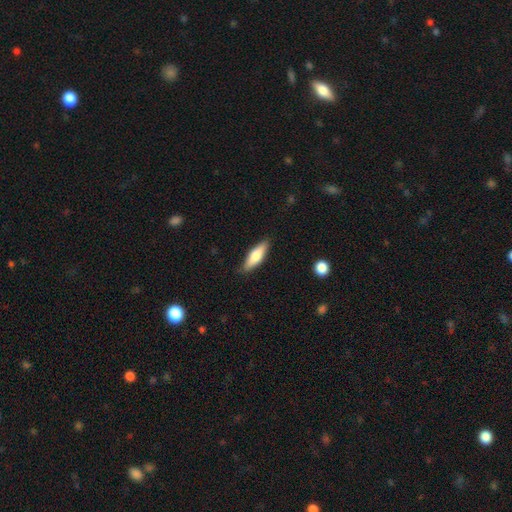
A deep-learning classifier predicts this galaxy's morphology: A smooth galaxy with no disk features (68%) that is in between round and cigar-shaped (50%).

Vote fractions:
- Smooth or featured? smooth: 68% / featured or disk: 26% / star or artifact: 6%
- How rounded? in between: 50% / cigar-shaped: 48% / round: 2%
- Merging? none: 84% / minor disturbance: 13% / major disturbance: 2% / merger: 1%